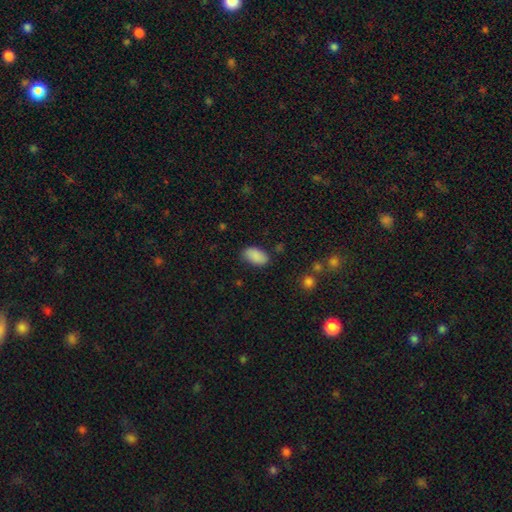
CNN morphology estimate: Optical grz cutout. It shows a smooth galaxy with no disk features (89%) that is in between round and cigar-shaped (94%). Merging: none (83%).